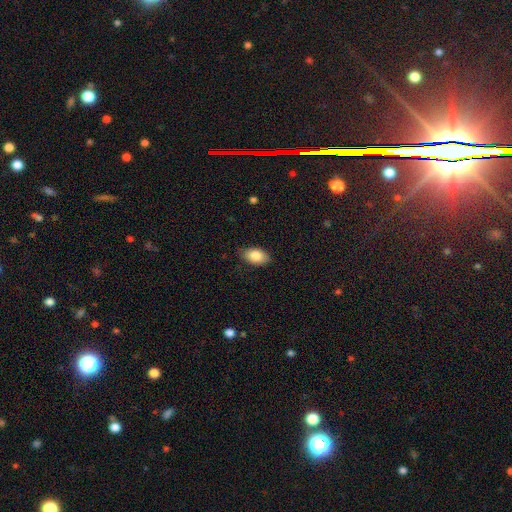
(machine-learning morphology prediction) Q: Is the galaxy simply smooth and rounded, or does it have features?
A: smooth — 84%.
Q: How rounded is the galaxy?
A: in between — 92%.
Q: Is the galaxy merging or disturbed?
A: none — 84%.